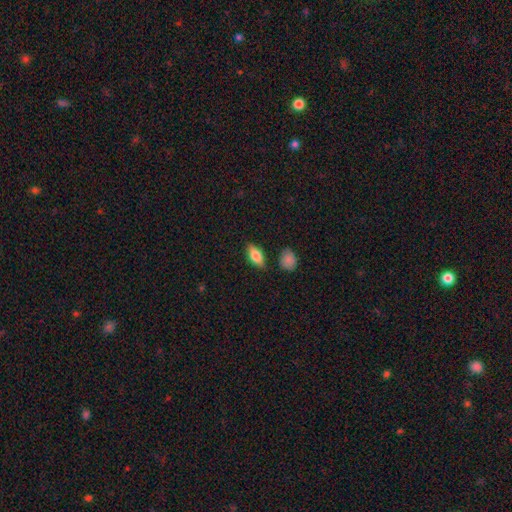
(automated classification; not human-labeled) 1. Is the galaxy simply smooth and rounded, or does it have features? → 75% smooth, 18% featured or disk, 7% star or artifact.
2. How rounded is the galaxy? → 83% in between, 13% cigar-shaped, 4% round.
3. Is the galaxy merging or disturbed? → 81% none, 12% minor disturbance, 4% merger, 3% major disturbance.